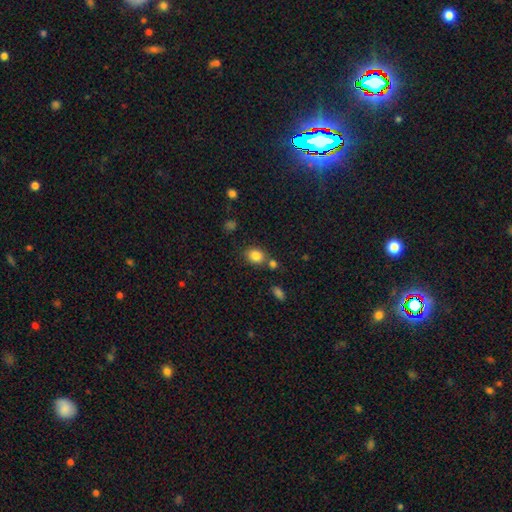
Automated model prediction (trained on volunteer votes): Smooth or featured? Predicted: smooth (p=0.84). How rounded? Predicted: round (p=0.54). Merging? Predicted: none (p=0.70).